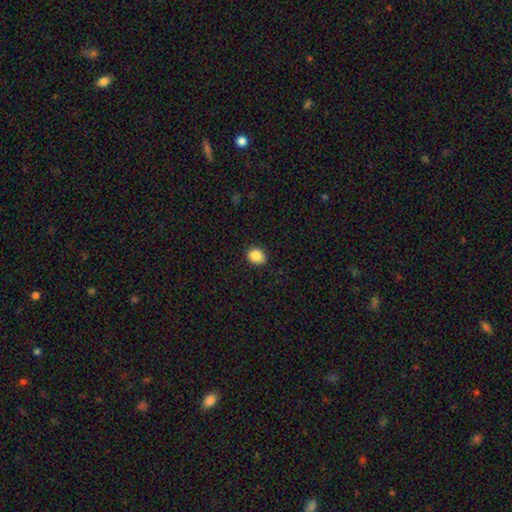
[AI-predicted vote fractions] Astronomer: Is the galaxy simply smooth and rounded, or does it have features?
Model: smooth — 87%.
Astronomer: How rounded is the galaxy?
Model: round — 55% (runner-up: in between, 44%).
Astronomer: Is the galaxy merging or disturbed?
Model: none — 87%.